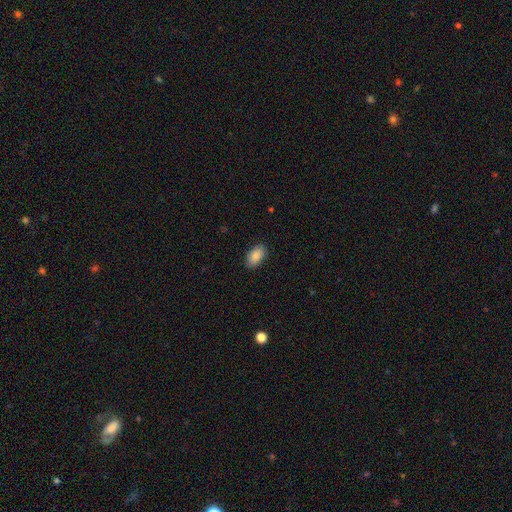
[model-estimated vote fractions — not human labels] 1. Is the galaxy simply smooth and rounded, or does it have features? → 87% smooth, 7% featured or disk, 7% star or artifact.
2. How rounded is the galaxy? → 93% in between, 5% round, 2% cigar-shaped.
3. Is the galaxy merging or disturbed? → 87% none, 10% minor disturbance, 2% major disturbance, 1% merger.